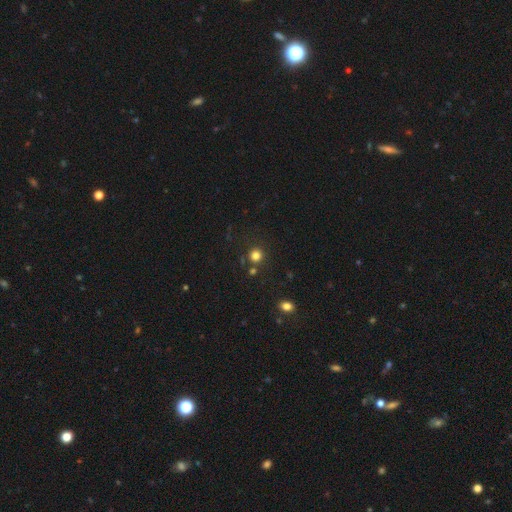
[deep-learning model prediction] This is likely a smooth galaxy (79%). How rounded: clearly round (93%). Merging: clearly none (81%).